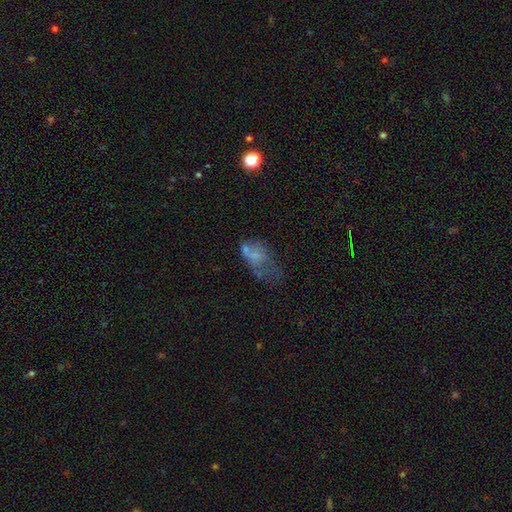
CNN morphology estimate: A smooth galaxy with no disk features (53%) that is in between round and cigar-shaped (88%). Merging: major disturbance (43%).